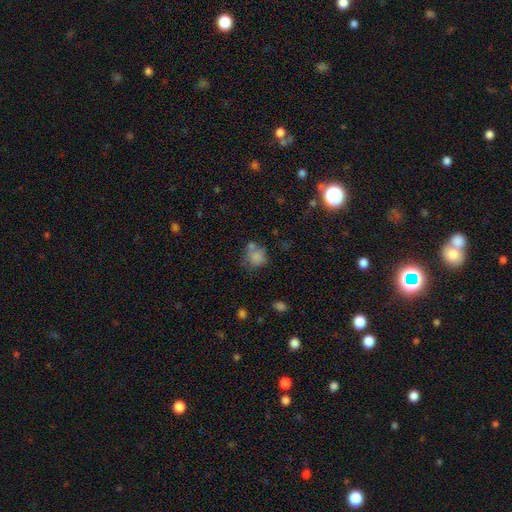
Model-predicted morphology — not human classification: smooth_or_featured: smooth (p=0.78) [alt: star or artifact p=0.12]
how_rounded: round (p=0.78) [alt: in between p=0.21]
merging: none (p=0.51) [alt: merger p=0.21]